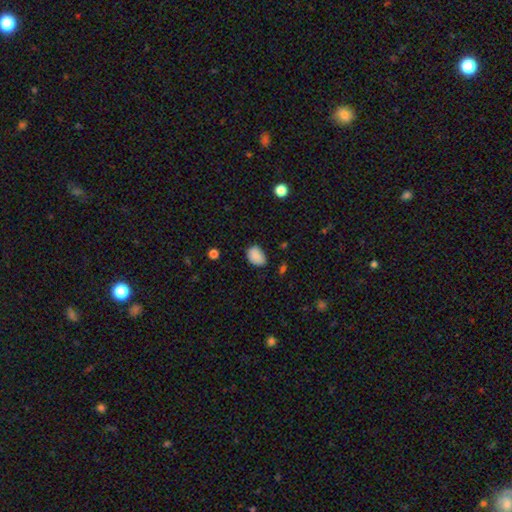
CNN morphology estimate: smooth 88%, star or artifact 8%, featured or disk 4%. Down the decision tree: how rounded — in between (80%); merging — none (72%).